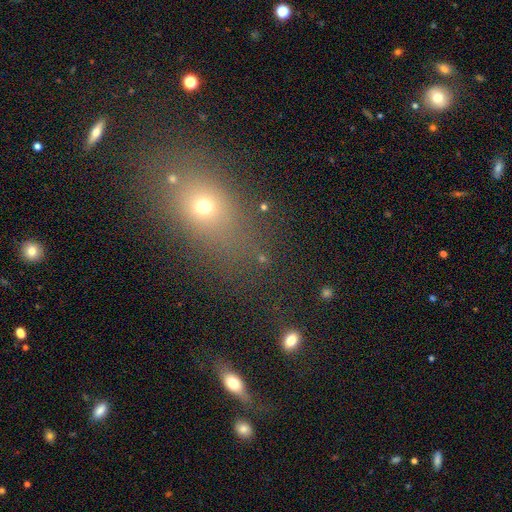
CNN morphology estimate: The model was most divided on "how rounded": in between: 59%, round: 35%, cigar-shaped: 7%. More confident: merging — none (80%); smooth or featured — smooth (56%).